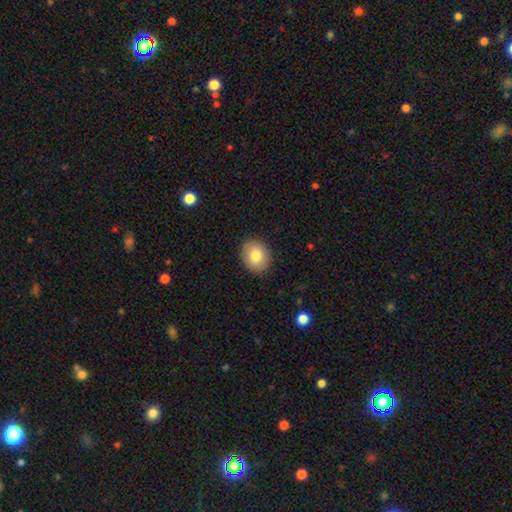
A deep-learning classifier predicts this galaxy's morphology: Overall: smooth (81%). How rounded: round (57%; in between 42%). Merging: none (89%).